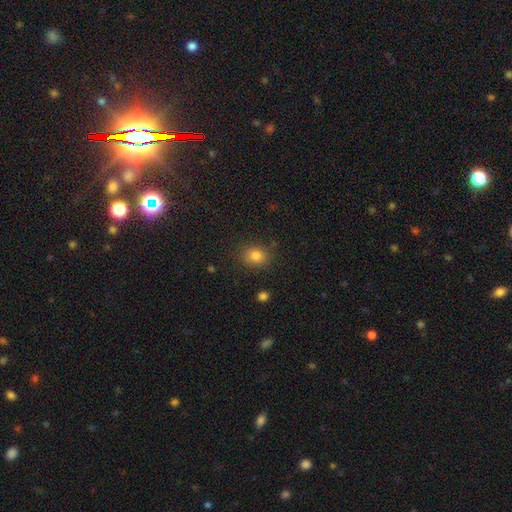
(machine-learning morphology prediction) smooth-or-featured: smooth: 82% | star or artifact: 12% | featured or disk: 7%
  how-rounded: round: 60% | in between: 39% | cigar-shaped: 1%
  merging: none: 84% | minor disturbance: 11% | major disturbance: 3% | merger: 2%